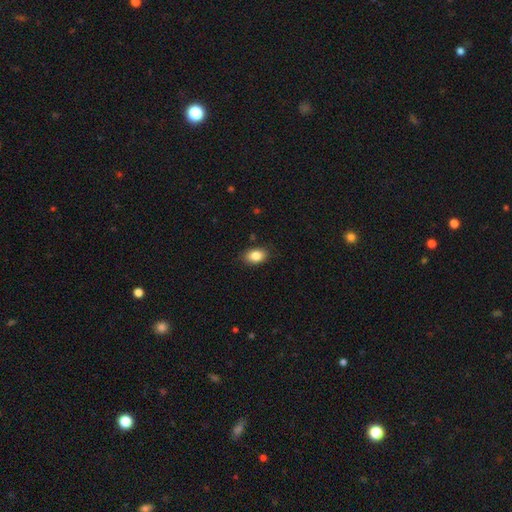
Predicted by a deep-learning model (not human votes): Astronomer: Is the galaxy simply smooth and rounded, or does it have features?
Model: smooth — 84%.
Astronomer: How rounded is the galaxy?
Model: in between — 85%.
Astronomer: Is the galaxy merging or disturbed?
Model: none — 86%.